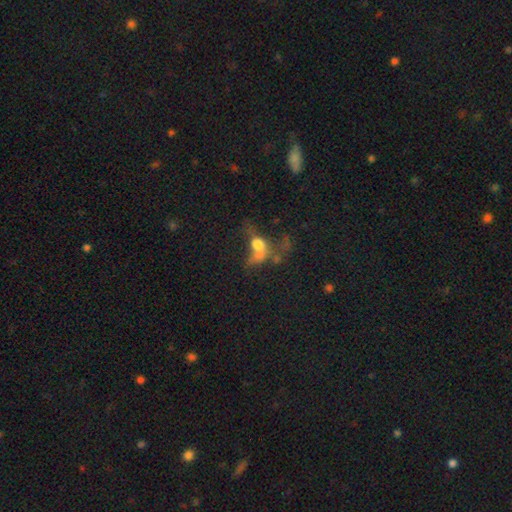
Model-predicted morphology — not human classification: Smooth or featured? smooth (36%)
Merging? major disturbance (31%)